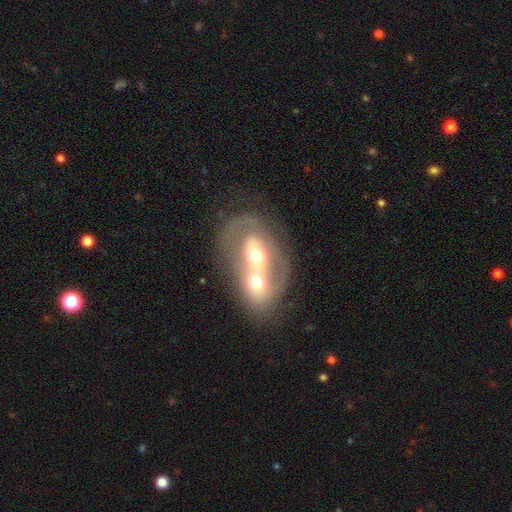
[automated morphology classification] This appears to be a featured or disk galaxy (56%) with no bar (70%), no spiral arms (62%) and a moderate central bulge (67%). Merging: merger (78%).